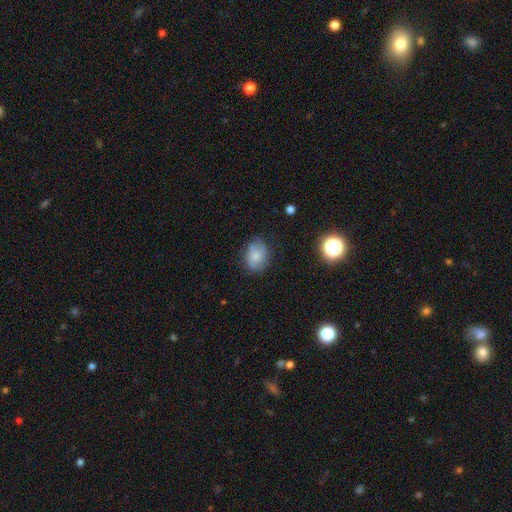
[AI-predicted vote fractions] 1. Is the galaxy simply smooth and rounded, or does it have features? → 65% smooth, 25% featured or disk, 10% star or artifact.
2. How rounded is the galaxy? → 59% in between, 39% round, 1% cigar-shaped.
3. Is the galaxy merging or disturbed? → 71% none, 21% minor disturbance, 6% major disturbance, 1% merger.